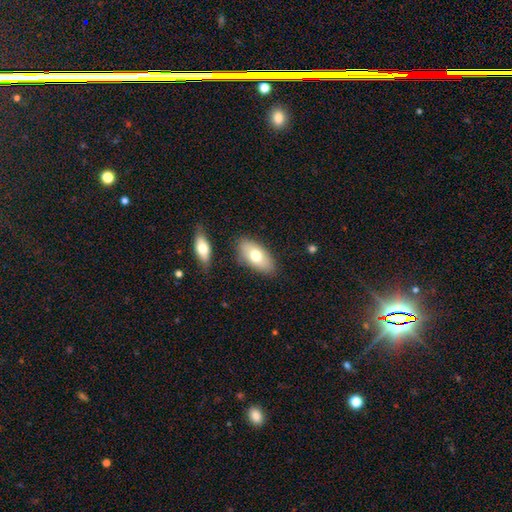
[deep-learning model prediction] A smooth galaxy with no disk features (72%) that is in between round and cigar-shaped (91%).

Vote fractions:
- Smooth or featured? smooth: 72% / featured or disk: 21% / star or artifact: 7%
- How rounded? in between: 91% / cigar-shaped: 5% / round: 4%
- Merging? none: 80% / minor disturbance: 12% / merger: 5% / major disturbance: 3%